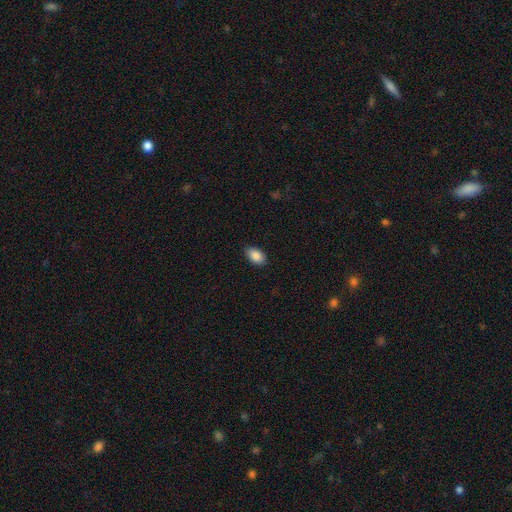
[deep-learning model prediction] The model was most divided on "merging": none: 85%, minor disturbance: 12%, major disturbance: 2%, merger: 1%. More confident: how rounded — in between (91%); smooth or featured — smooth (88%).